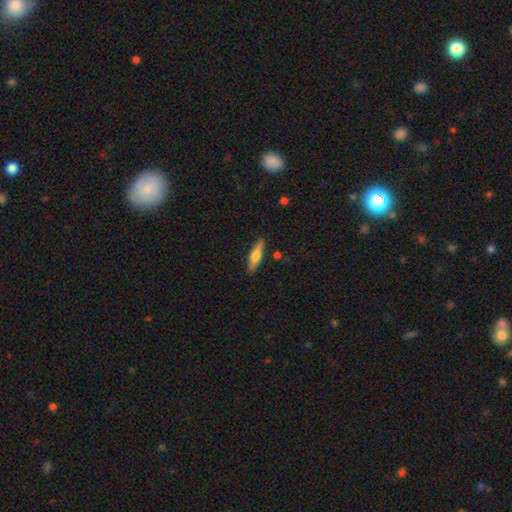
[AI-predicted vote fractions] Smooth or featured: smooth — 55% (featured or disk — 39%)
How rounded: cigar-shaped — 73% (in between — 25%)
Merging: none — 85% (minor disturbance — 10%)